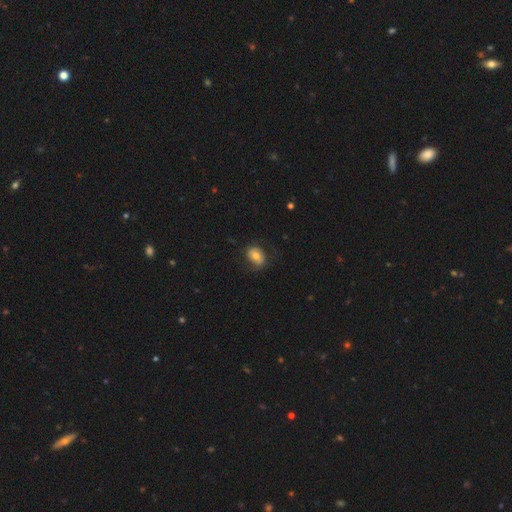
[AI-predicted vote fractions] The model was most divided on "smooth or featured": smooth: 69%, featured or disk: 23%, star or artifact: 9%. More confident: how rounded — in between (73%); merging — none (69%).